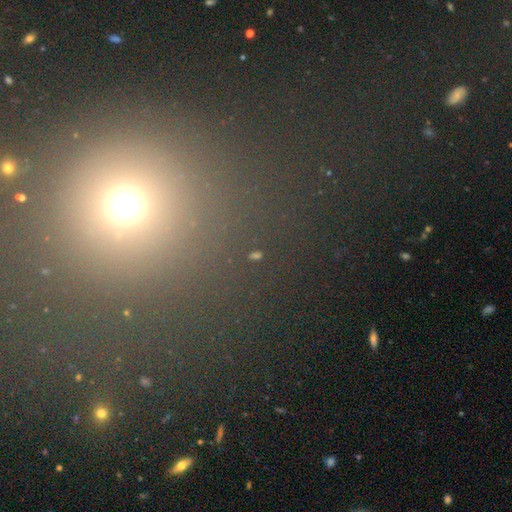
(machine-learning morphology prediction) Smooth or featured? Predicted: smooth (p=0.46). Merging? Predicted: none (p=0.84).